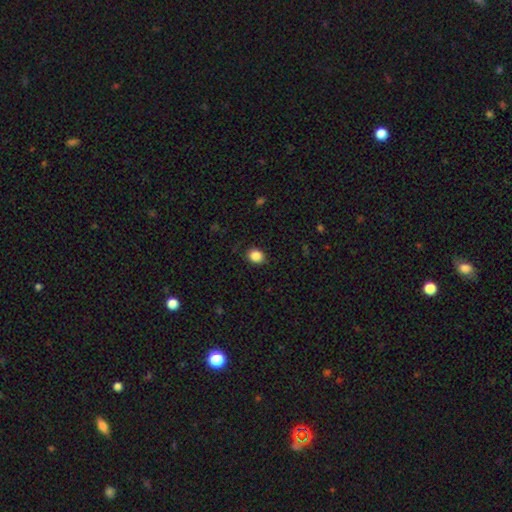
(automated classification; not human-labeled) smooth_or_featured: smooth (p=0.87) [alt: star or artifact p=0.09]
how_rounded: round (p=0.55) [alt: in between p=0.44]
merging: none (p=0.87) [alt: minor disturbance p=0.09]